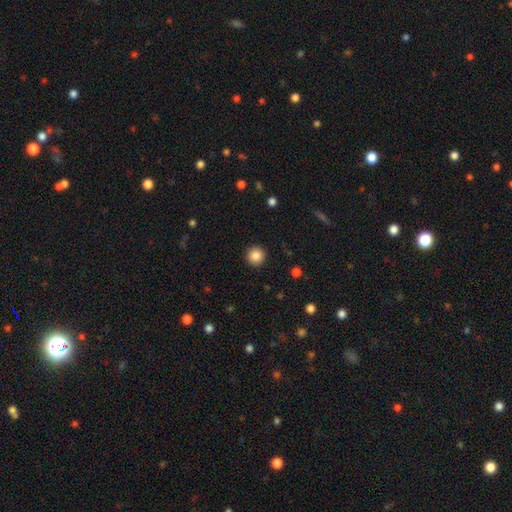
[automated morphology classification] Q: Smooth or featured?
A: smooth (86%); runner-up: star or artifact (9%)
Q: How rounded?
A: round (96%); runner-up: in between (3%)
Q: Merging?
A: none (93%); runner-up: minor disturbance (5%)